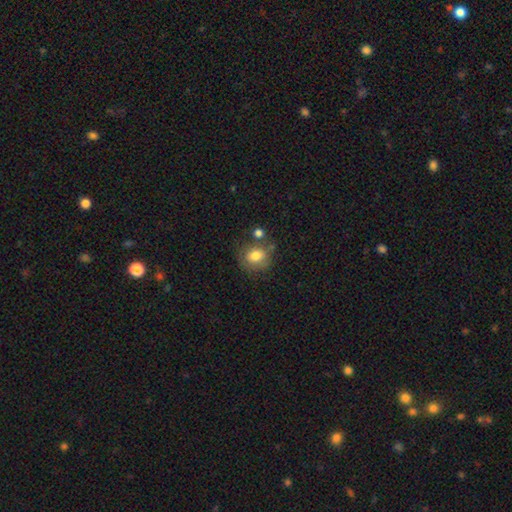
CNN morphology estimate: The model was most divided on "how rounded": round: 68%, in between: 31%, cigar-shaped: 1%. More confident: smooth or featured — smooth (77%); merging — none (62%).